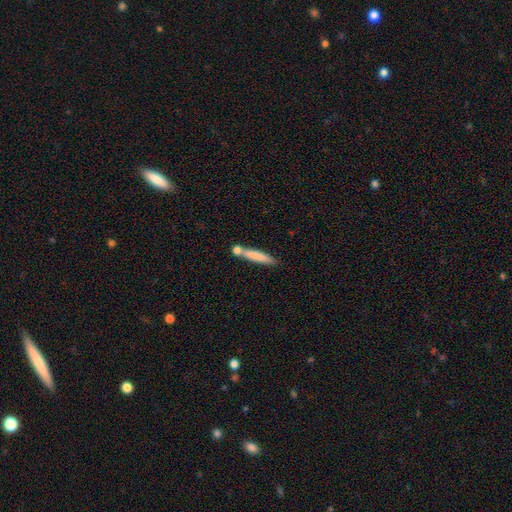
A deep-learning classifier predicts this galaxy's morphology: The model was most divided on "merging": none: 56%, merger: 26%, minor disturbance: 14%, major disturbance: 4%. More confident: how rounded — cigar-shaped (89%); smooth or featured — smooth (74%).